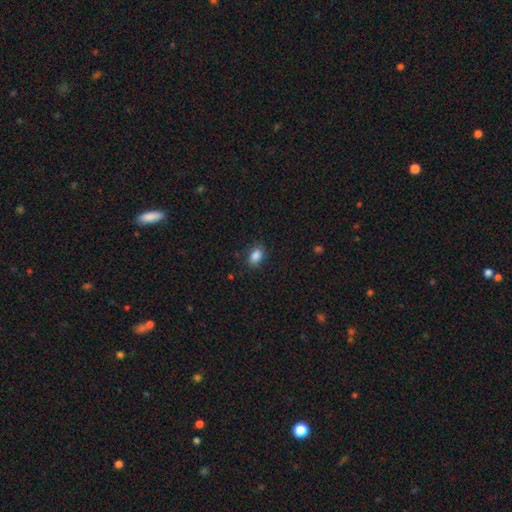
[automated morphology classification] This appears to be a smooth galaxy with no disk features (87%) that is in between round and cigar-shaped (84%). Merging: none (81%).